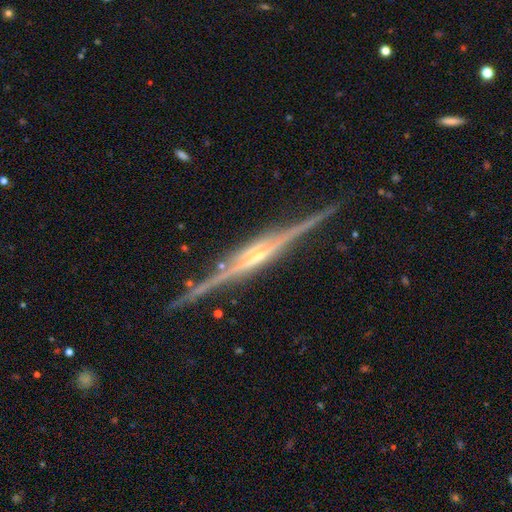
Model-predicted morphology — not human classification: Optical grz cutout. It shows a featured or disk galaxy (90%) viewed edge-on (98%) with a rounded central bulge (60%). Merging: none (86%).